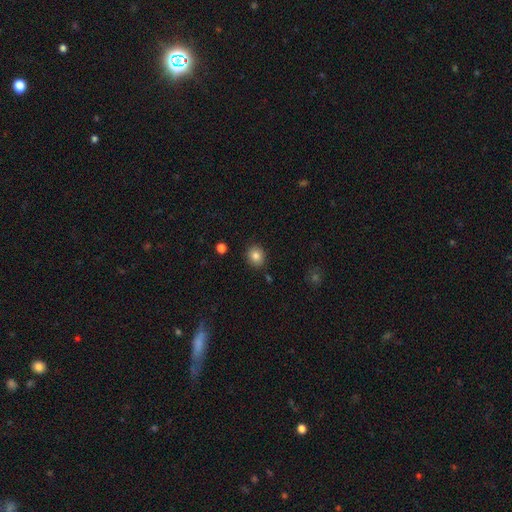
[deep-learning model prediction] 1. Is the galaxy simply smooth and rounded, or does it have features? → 84% smooth, 10% star or artifact, 6% featured or disk.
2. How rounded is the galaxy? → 77% round, 22% in between, 1% cigar-shaped.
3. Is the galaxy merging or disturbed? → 88% none, 8% minor disturbance, 2% major disturbance, 2% merger.